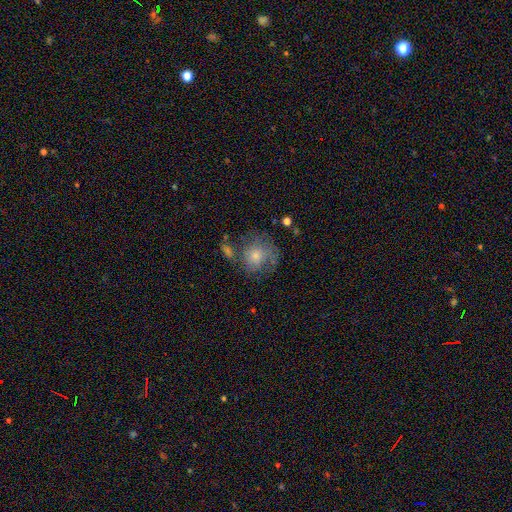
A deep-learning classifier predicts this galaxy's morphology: The model was most divided on "smooth or featured": smooth: 45%, featured or disk: 42%, star or artifact: 12%. More confident: merging — none (56%).